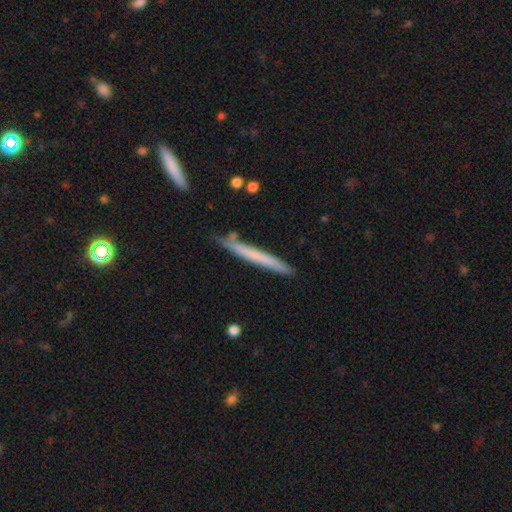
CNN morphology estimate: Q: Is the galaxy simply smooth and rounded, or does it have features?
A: smooth — 58%.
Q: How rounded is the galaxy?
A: cigar-shaped — 97%.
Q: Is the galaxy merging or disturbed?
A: none — 82%.